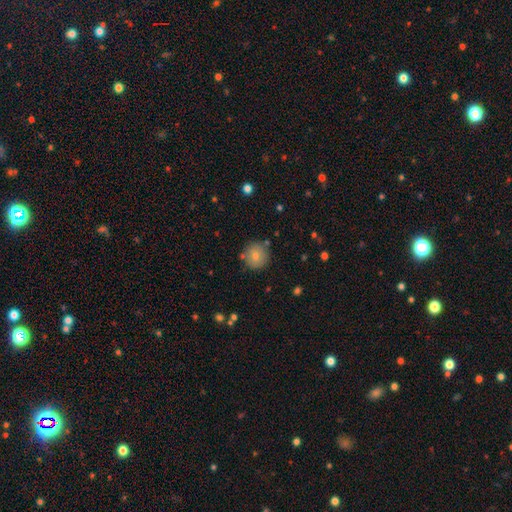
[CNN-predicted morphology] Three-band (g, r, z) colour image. It shows a smooth galaxy with no disk features (76%) that is round (93%). Merging: none (84%).